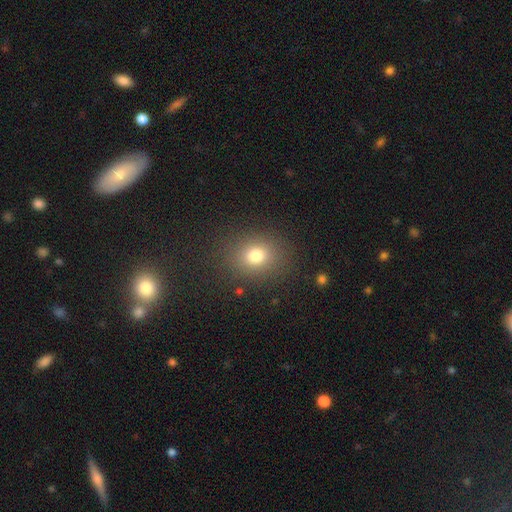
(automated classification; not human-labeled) Morphology: type=smooth (76%); roundness=round (57%); merging=none (84%).